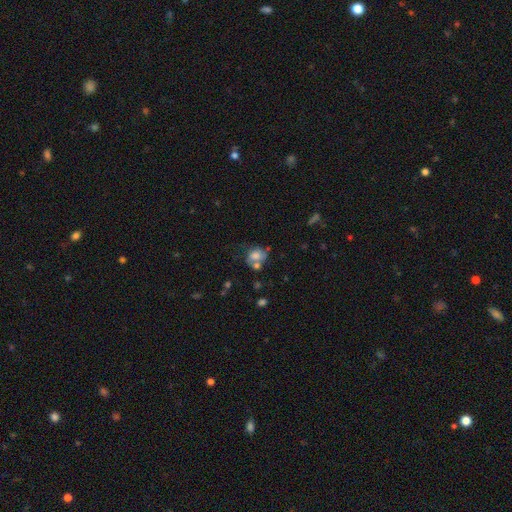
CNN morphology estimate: Smooth or featured: smooth — 63% (featured or disk — 26%)
How rounded: in between — 51% (round — 48%)
Merging: merger — 37% (none — 30%)